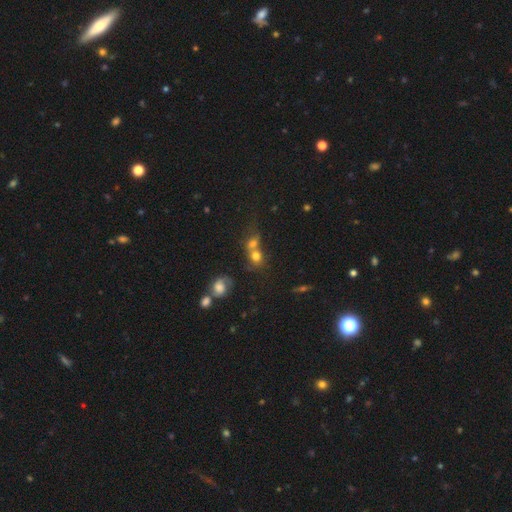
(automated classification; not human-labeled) A smooth galaxy with no disk features (68%) that is round (69%).

Vote fractions:
- Smooth or featured? smooth: 68% / featured or disk: 17% / star or artifact: 15%
- How rounded? round: 69% / in between: 30% / cigar-shaped: 2%
- Merging? merger: 58% / none: 28% / minor disturbance: 8% / major disturbance: 6%